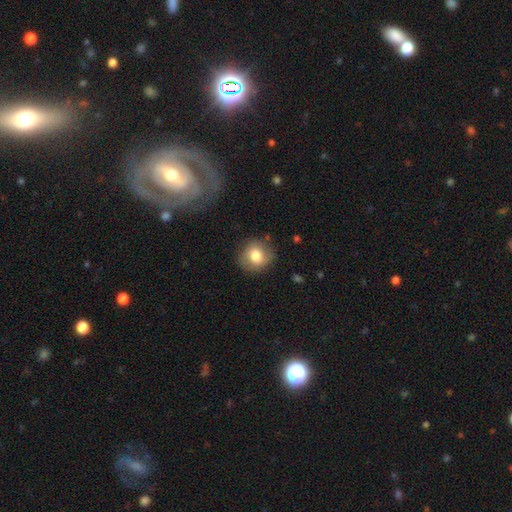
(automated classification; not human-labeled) This appears to be a smooth galaxy with no disk features (77%) that is round (84%). Merging: none (81%).